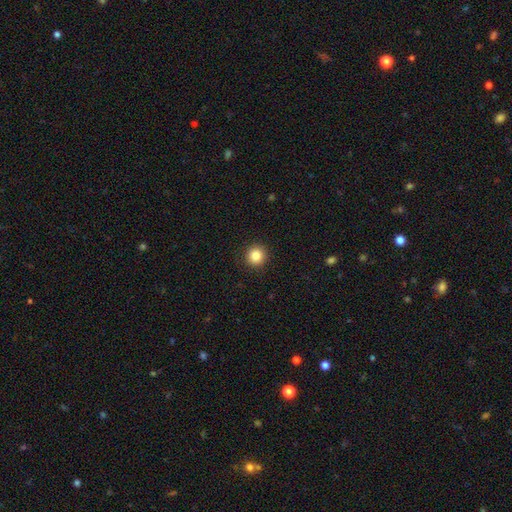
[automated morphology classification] This is clearly a smooth galaxy (86%). How rounded: clearly round (95%). Merging: clearly none (92%).